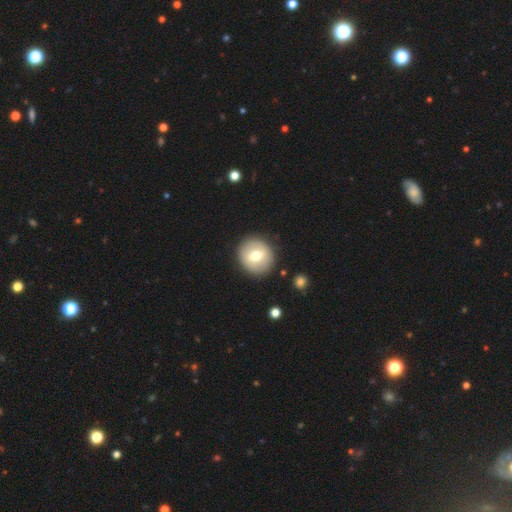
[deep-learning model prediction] Morphology: type=smooth (63%); roundness=round (87%); merging=none (89%).